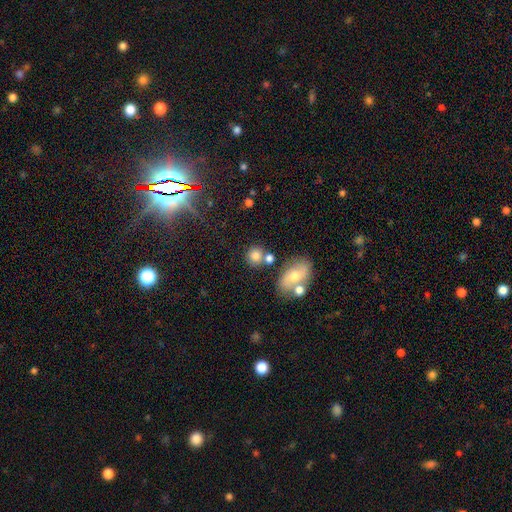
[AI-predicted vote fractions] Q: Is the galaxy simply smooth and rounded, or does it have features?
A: smooth — 77%.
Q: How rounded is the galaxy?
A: round — 80%.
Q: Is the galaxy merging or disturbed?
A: none — 63%.